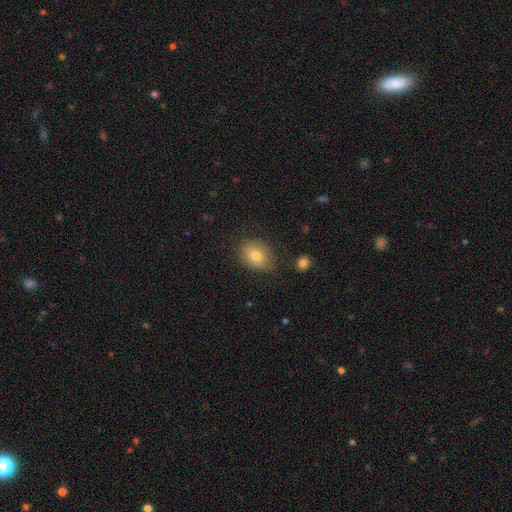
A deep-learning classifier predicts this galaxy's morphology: smooth_or_featured: smooth (p=0.77) [alt: featured or disk p=0.14]
how_rounded: in between (p=0.60) [alt: round p=0.39]
merging: none (p=0.79) [alt: minor disturbance p=0.16]